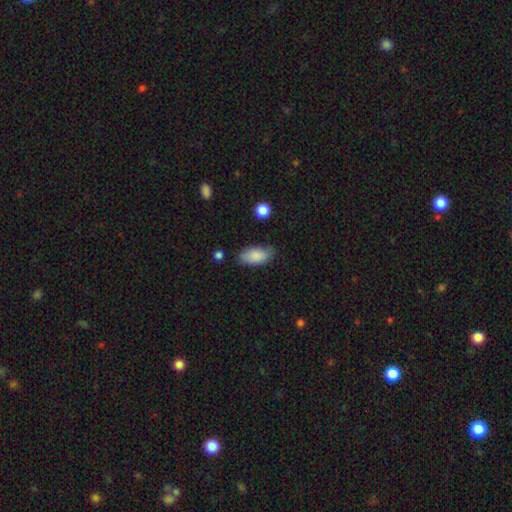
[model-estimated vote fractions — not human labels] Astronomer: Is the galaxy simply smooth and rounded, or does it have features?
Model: smooth — 85%.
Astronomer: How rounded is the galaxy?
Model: in between — 90%.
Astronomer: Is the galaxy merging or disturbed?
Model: none — 73%.